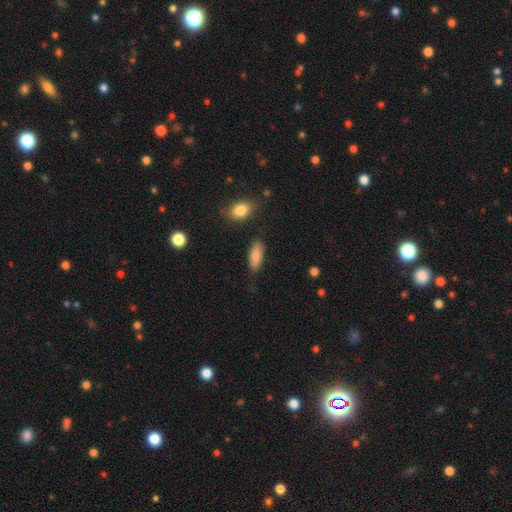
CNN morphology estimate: smooth_or_featured: smooth (p=0.83) [alt: featured or disk p=0.10]
how_rounded: in between (p=0.74) [alt: cigar-shaped p=0.23]
merging: none (p=0.81) [alt: minor disturbance p=0.13]